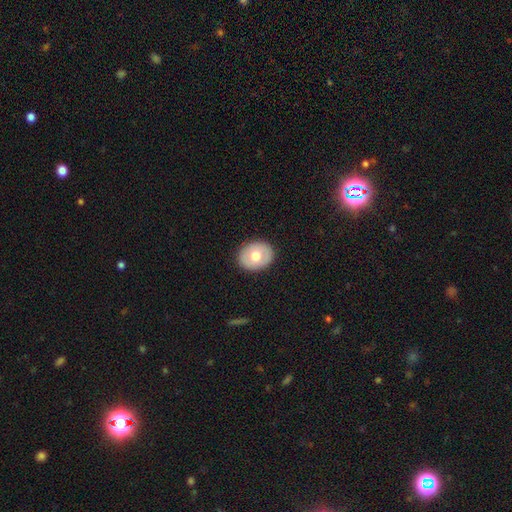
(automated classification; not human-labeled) Smooth or featured: smooth — 63% (featured or disk — 31%)
How rounded: round — 50% (in between — 49%)
Merging: none — 89% (minor disturbance — 8%)